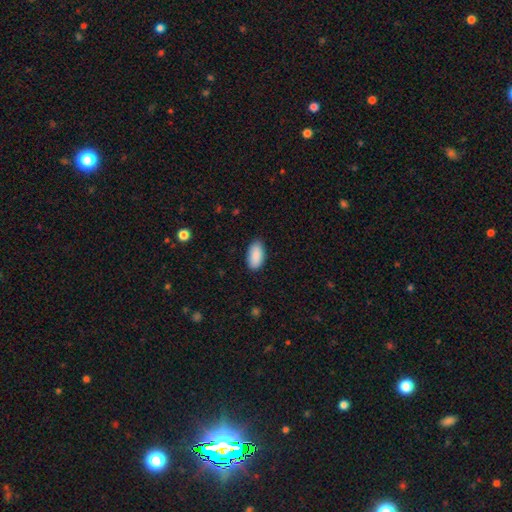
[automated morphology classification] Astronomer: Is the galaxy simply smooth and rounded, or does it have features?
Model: smooth — 90%.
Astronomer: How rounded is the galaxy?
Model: in between — 94%.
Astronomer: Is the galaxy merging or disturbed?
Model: none — 85%.